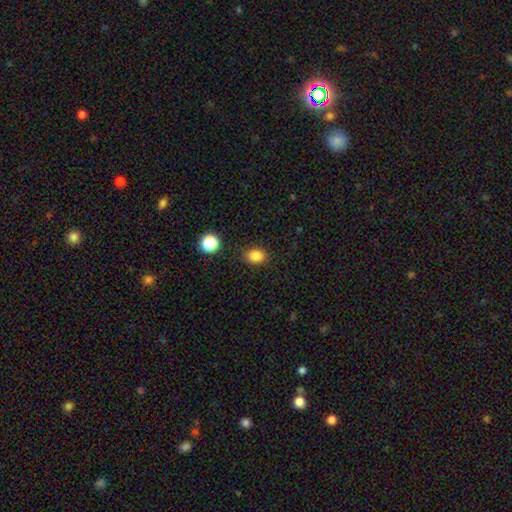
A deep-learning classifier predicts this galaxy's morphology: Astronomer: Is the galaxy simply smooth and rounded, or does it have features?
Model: smooth — 83%.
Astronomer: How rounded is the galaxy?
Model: in between — 54% (runner-up: round, 45%).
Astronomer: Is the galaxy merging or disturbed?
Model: none — 85%.